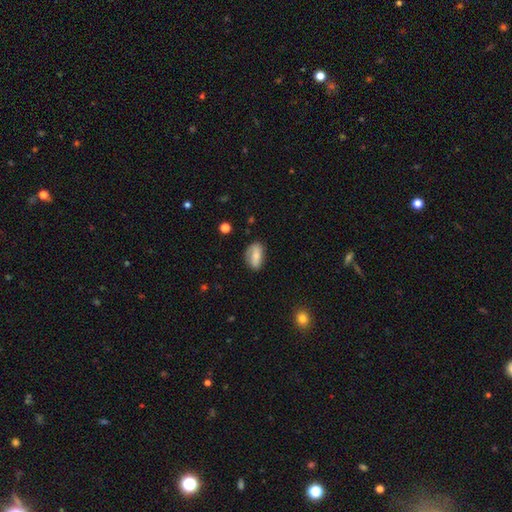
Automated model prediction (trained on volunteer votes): The model was most divided on "smooth or featured": smooth: 65%, featured or disk: 27%, star or artifact: 8%. More confident: how rounded — in between (87%); merging — none (66%).